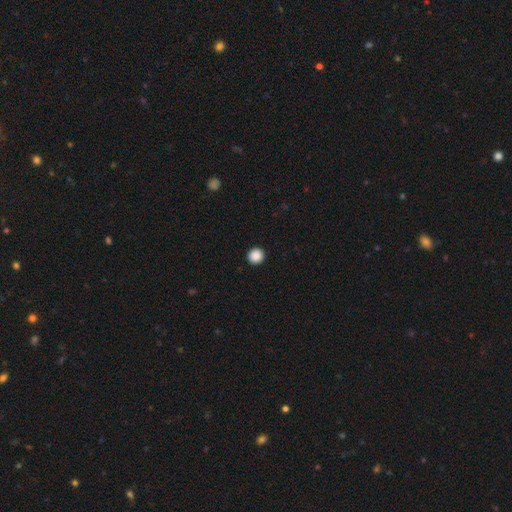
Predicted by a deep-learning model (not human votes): This is clearly a smooth galaxy (89%). How rounded: clearly round (95%). Merging: clearly none (94%).